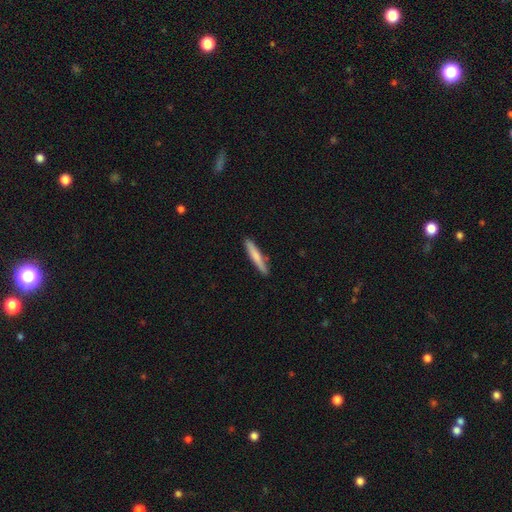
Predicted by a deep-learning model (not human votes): Smooth or featured? Predicted: smooth (p=0.72). How rounded? Predicted: cigar-shaped (p=0.93). Merging? Predicted: none (p=0.86).